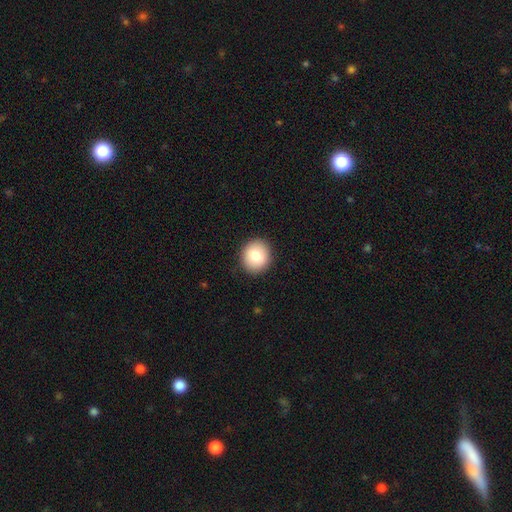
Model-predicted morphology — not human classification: Smooth or featured? Predicted: smooth (p=0.79). How rounded? Predicted: round (p=0.84). Merging? Predicted: none (p=0.91).